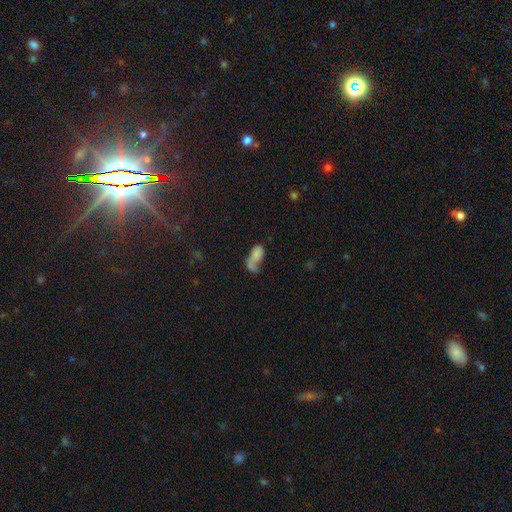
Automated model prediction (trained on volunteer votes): A smooth galaxy with no disk features (64%) that is in between round and cigar-shaped (88%). Merging: major disturbance (36%).